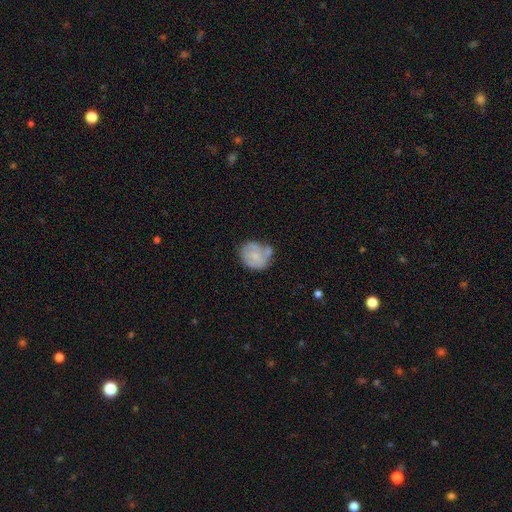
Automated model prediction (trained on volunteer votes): A smooth galaxy with no disk features (50%).

Vote fractions:
- Smooth or featured? smooth: 50% / featured or disk: 43% / star or artifact: 7%
- Merging? none: 43% / minor disturbance: 29% / merger: 15% / major disturbance: 13%